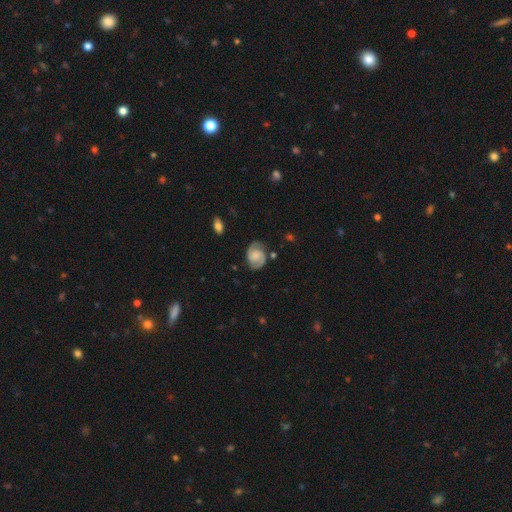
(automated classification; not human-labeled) This appears to be a featured or disk galaxy (71%) with no bar (55%), 2 (90%) medium (49%) spiral arms (95%) and a small central bulge (33%). Merging: none (77%).